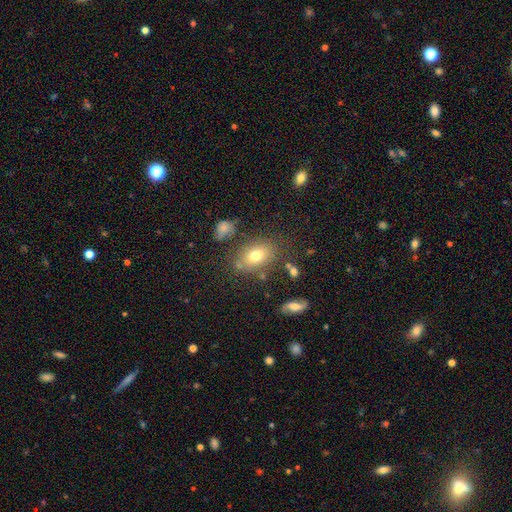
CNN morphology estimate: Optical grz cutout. It shows a smooth galaxy with no disk features (72%) that is in between round and cigar-shaped (79%). Merging: none (73%).